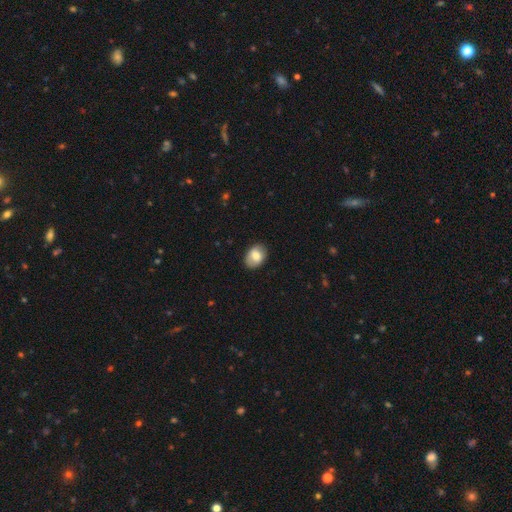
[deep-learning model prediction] This appears to be a smooth galaxy with no disk features (77%) that is in between round and cigar-shaped (77%). Merging: none (85%).